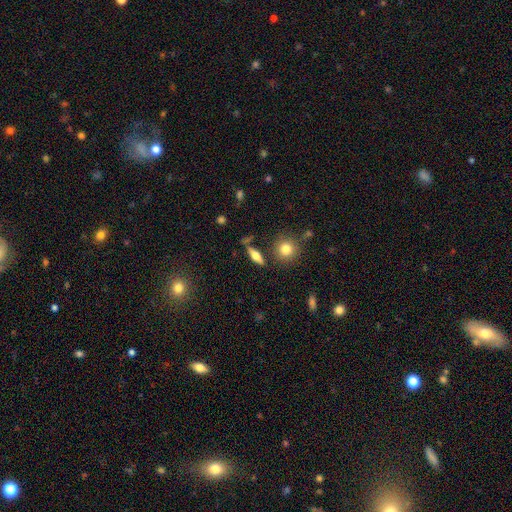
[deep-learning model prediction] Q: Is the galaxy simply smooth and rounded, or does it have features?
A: smooth — 52%.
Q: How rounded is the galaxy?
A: in between — 51%.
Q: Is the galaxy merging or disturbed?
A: none — 76%.